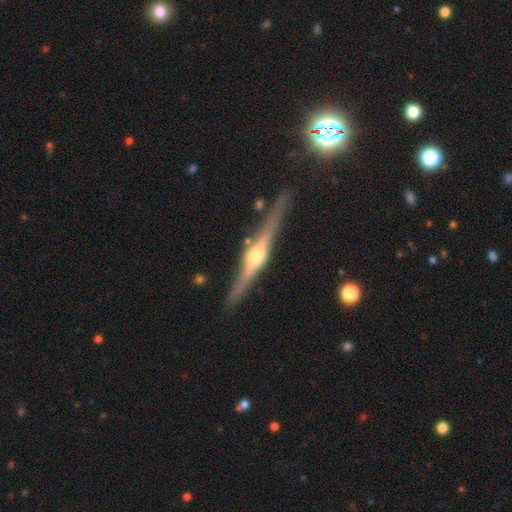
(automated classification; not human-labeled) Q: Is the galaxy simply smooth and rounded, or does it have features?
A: featured or disk — 85%.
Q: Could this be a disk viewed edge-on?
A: yes — 98%.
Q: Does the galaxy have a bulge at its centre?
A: rounded — 91%.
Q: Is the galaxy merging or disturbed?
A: none — 86%.